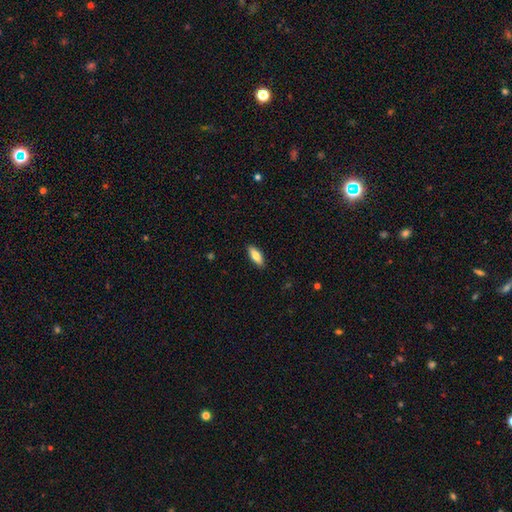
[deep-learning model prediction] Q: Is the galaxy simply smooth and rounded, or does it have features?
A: smooth — 76%.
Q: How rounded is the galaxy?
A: in between — 70%.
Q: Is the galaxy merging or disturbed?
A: none — 90%.